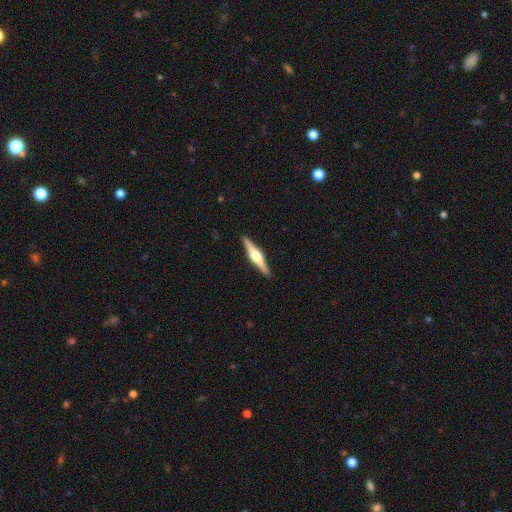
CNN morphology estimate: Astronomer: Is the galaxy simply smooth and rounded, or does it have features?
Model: featured or disk — 79%.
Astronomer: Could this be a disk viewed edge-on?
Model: yes — 98%.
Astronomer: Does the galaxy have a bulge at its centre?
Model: rounded — 92%.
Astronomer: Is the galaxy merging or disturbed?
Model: none — 92%.